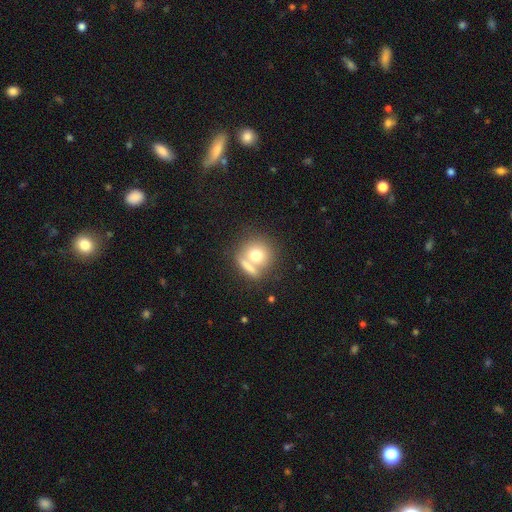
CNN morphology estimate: smooth_or_featured: smooth (p=0.71) [alt: featured or disk p=0.19]
how_rounded: round (p=0.87) [alt: in between p=0.11]
merging: none (p=0.52) [alt: merger p=0.32]